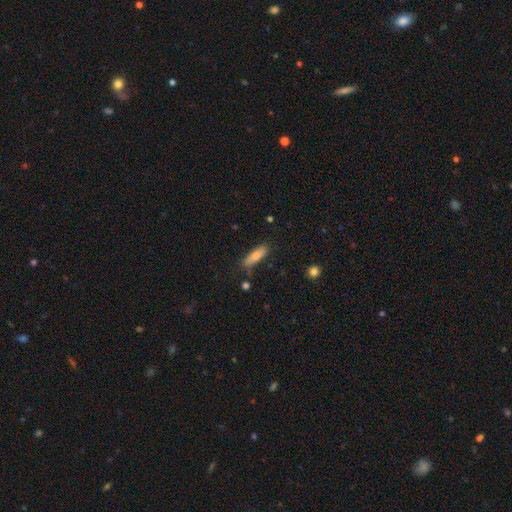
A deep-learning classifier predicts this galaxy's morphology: type=smooth (72%); roundness=cigar-shaped (61%); merging=none (74%).